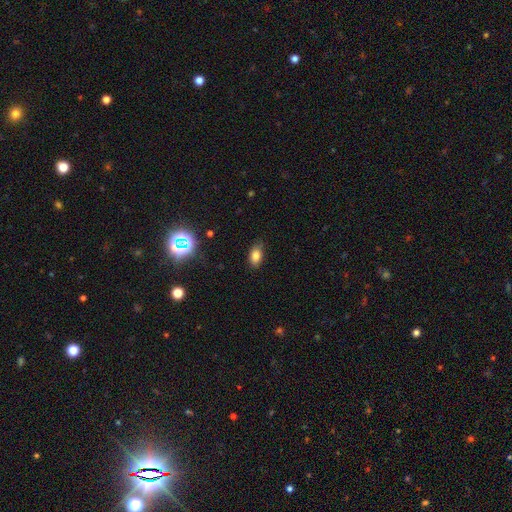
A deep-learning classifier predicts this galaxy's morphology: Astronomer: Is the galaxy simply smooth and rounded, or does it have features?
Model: smooth — 81%.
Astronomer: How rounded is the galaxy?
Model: in between — 87%.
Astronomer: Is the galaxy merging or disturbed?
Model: none — 80%.